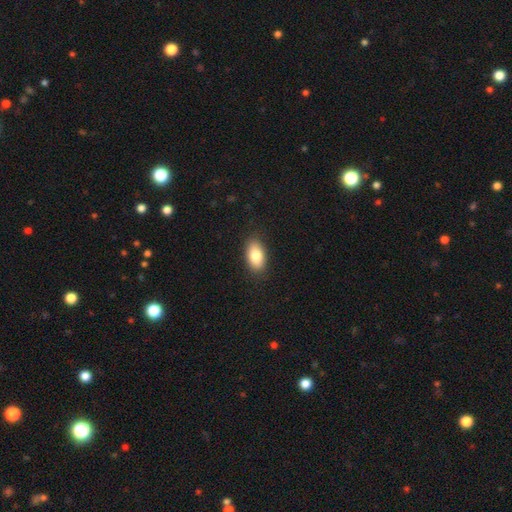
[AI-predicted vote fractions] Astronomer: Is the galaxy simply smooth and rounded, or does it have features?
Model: smooth — 81%.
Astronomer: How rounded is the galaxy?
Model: in between — 91%.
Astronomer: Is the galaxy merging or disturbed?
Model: none — 88%.